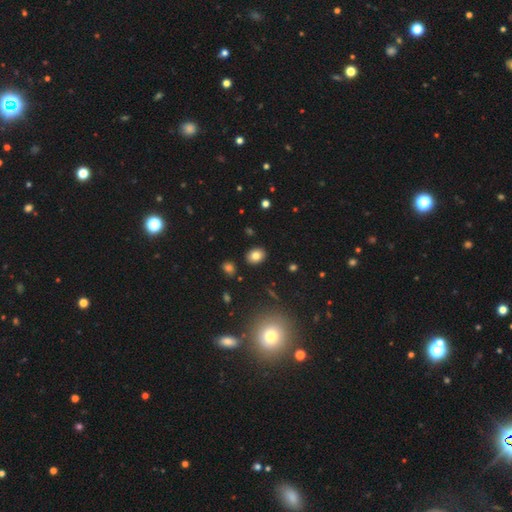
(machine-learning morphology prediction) The model was most divided on "how rounded": in between: 58%, round: 41%, cigar-shaped: 1%. More confident: merging — none (89%); smooth or featured — smooth (79%).